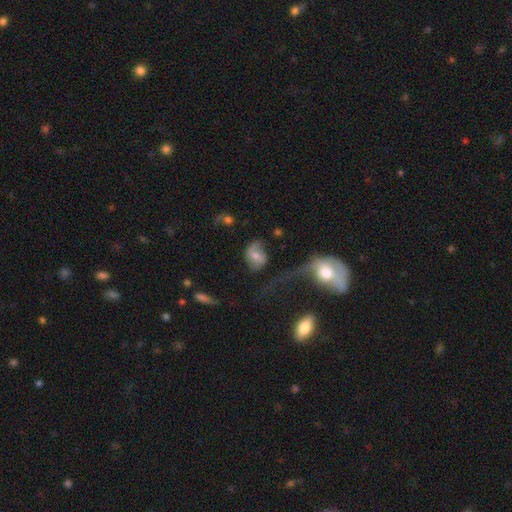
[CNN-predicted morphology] The model was most divided on "smooth or featured": featured or disk: 47%, smooth: 44%, star or artifact: 9%. Remaining: merging — none (42%).